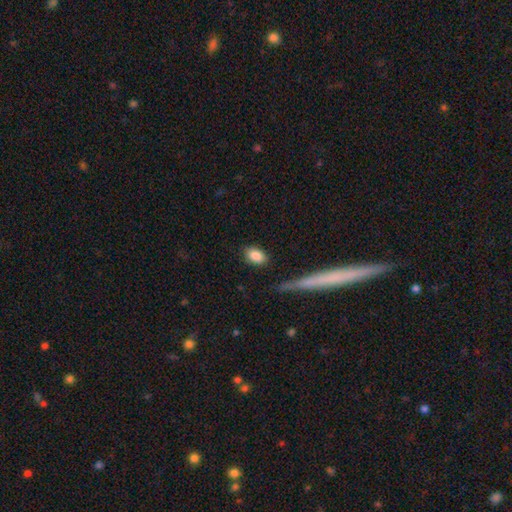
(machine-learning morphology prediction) Q: Smooth or featured?
A: smooth (87%); runner-up: star or artifact (7%)
Q: How rounded?
A: in between (83%); runner-up: round (15%)
Q: Merging?
A: none (86%); runner-up: minor disturbance (10%)